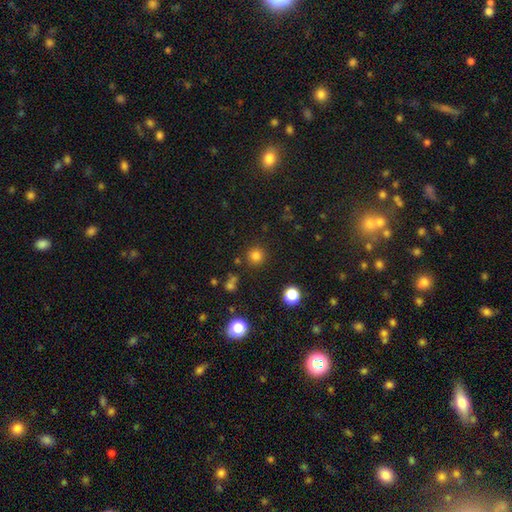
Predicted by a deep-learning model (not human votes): Q: Smooth or featured?
A: smooth (80%); runner-up: star or artifact (15%)
Q: How rounded?
A: round (94%); runner-up: in between (5%)
Q: Merging?
A: none (87%); runner-up: minor disturbance (7%)